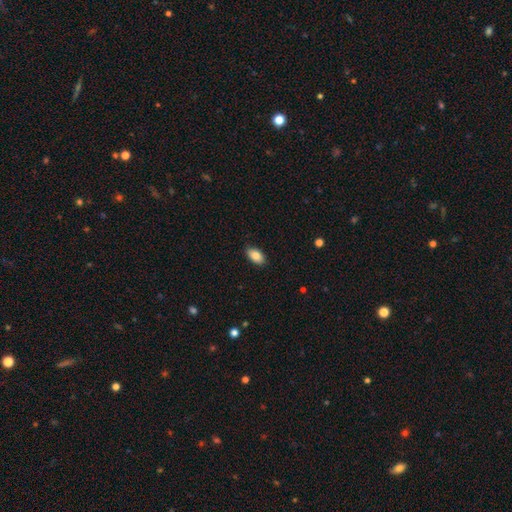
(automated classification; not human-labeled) Smooth or featured: smooth — 87% (star or artifact — 7%)
How rounded: in between — 92% (round — 5%)
Merging: none — 87% (minor disturbance — 10%)